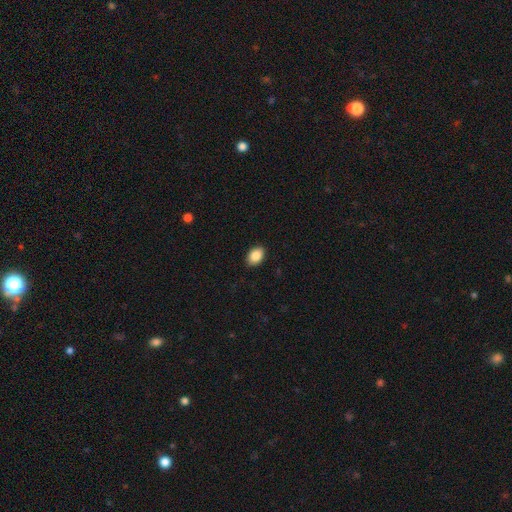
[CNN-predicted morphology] This appears to be a smooth galaxy with no disk features (87%) that is in between round and cigar-shaped (85%). Merging: none (90%).